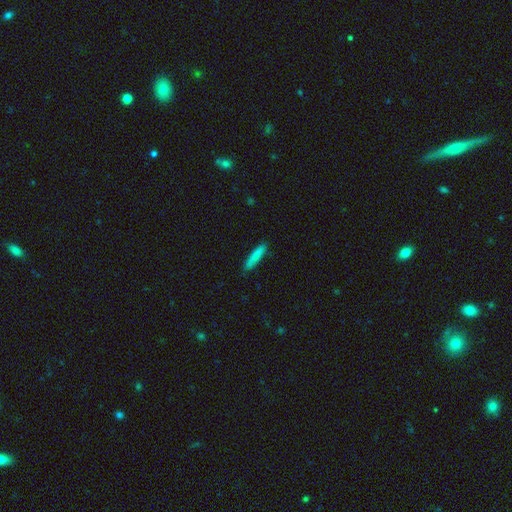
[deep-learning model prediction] smooth-or-featured: smooth: 84% | featured or disk: 10% | star or artifact: 6%
  how-rounded: cigar-shaped: 88% | in between: 10% | round: 1%
  merging: none: 87% | minor disturbance: 10% | major disturbance: 2% | merger: 1%